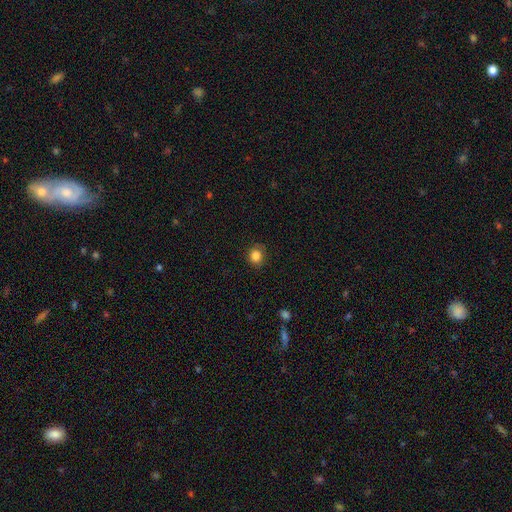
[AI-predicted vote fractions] Overall: smooth (84%). How rounded: round (81%). Merging: none (86%).